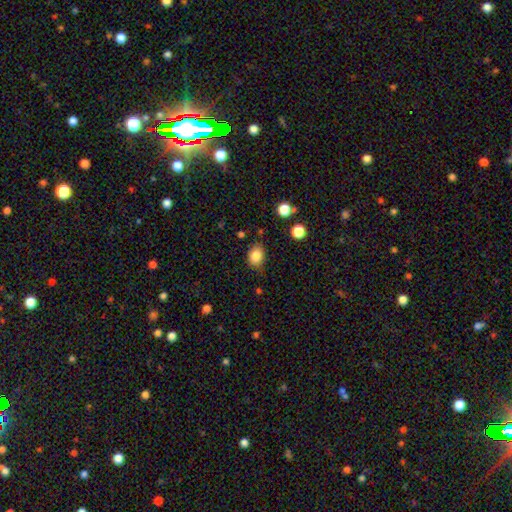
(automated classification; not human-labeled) A smooth galaxy with no disk features (84%) that is in between round and cigar-shaped (55%).

Vote fractions:
- Smooth or featured? smooth: 84% / star or artifact: 10% / featured or disk: 6%
- How rounded? in between: 55% / round: 44% / cigar-shaped: 1%
- Merging? none: 79% / minor disturbance: 15% / major disturbance: 3% / merger: 2%